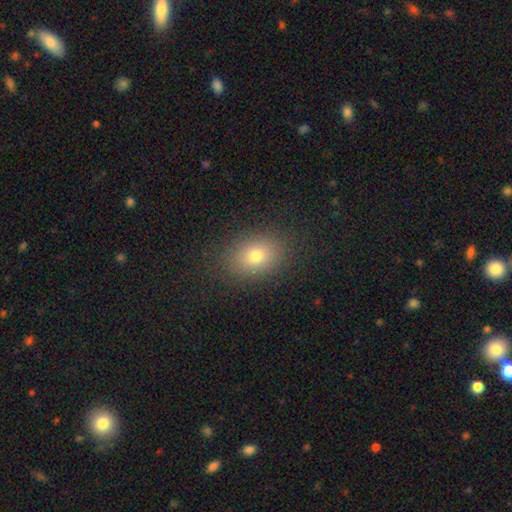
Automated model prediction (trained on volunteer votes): This is likely a smooth galaxy (77%). How rounded: likely in between (67%). Merging: clearly none (86%).